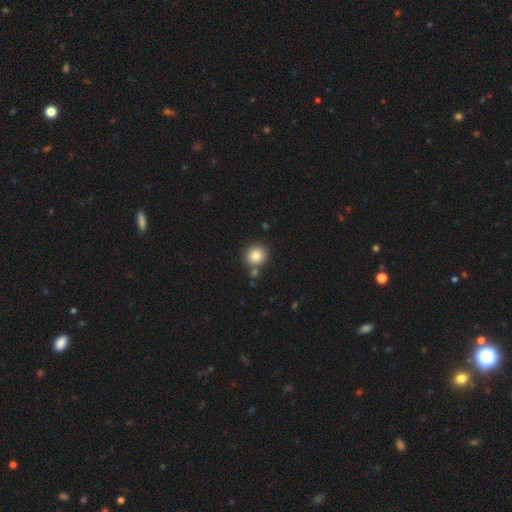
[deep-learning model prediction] This is clearly a smooth galaxy (84%). How rounded: clearly round (89%). Merging: likely none (77%).